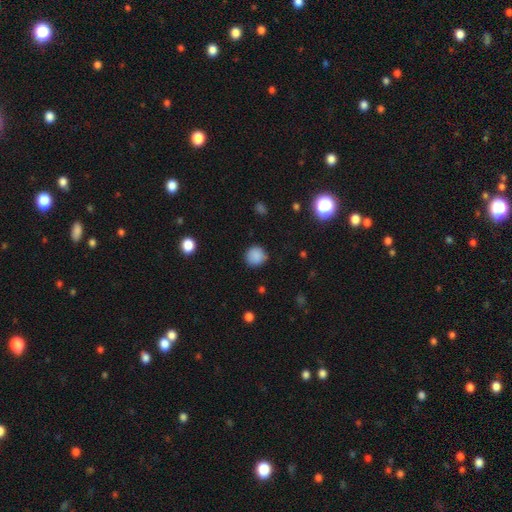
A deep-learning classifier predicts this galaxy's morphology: smooth-or-featured: smooth: 86% | star or artifact: 10% | featured or disk: 4%
  how-rounded: round: 91% | in between: 8% | cigar-shaped: 1%
  merging: none: 83% | minor disturbance: 13% | major disturbance: 3% | merger: 1%